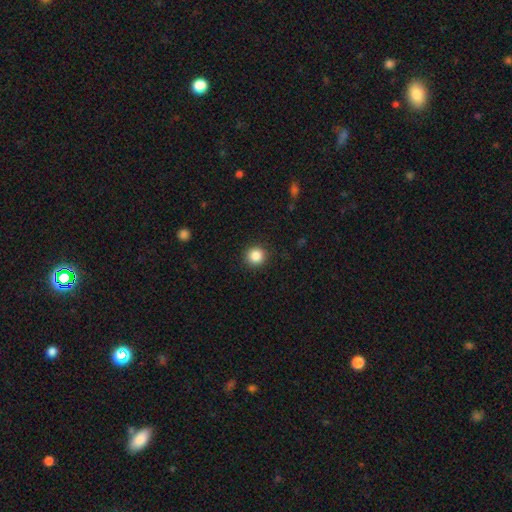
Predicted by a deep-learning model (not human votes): The model was most divided on "smooth or featured": smooth: 86%, star or artifact: 10%, featured or disk: 4%. More confident: how rounded — round (95%); merging — none (92%).